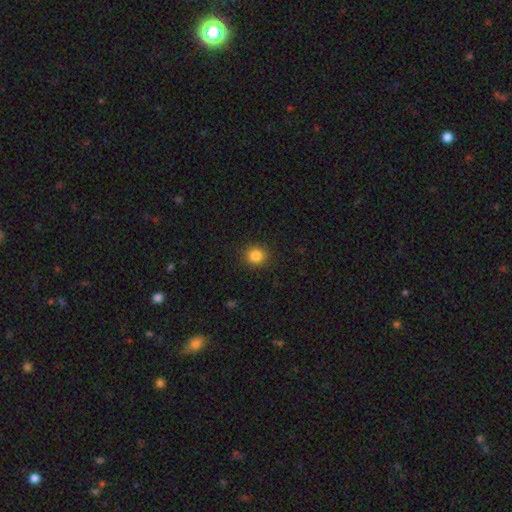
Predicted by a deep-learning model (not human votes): smooth-or-featured: smooth: 85% | star or artifact: 11% | featured or disk: 4%
  how-rounded: round: 87% | in between: 12% | cigar-shaped: 1%
  merging: none: 90% | minor disturbance: 7% | major disturbance: 2% | merger: 1%